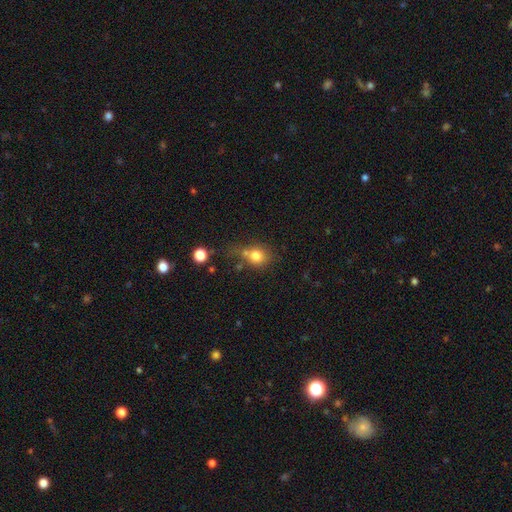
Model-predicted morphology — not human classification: A smooth galaxy with no disk features (78%) that is round (75%). Merging: none (46%).